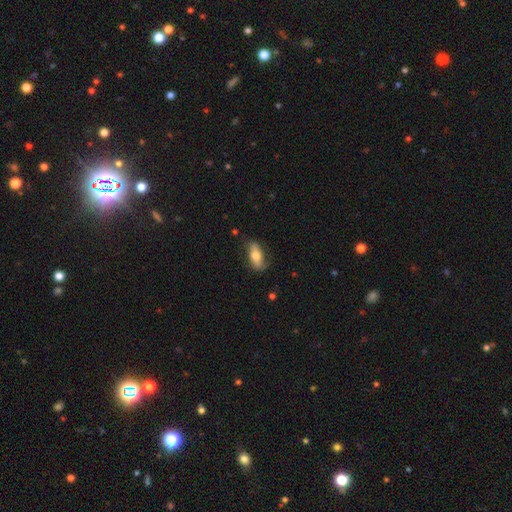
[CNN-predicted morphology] smooth_or_featured: smooth (p=0.53) [alt: featured or disk p=0.40]
how_rounded: in between (p=0.75) [alt: cigar-shaped p=0.21]
merging: none (p=0.67) [alt: minor disturbance p=0.23]